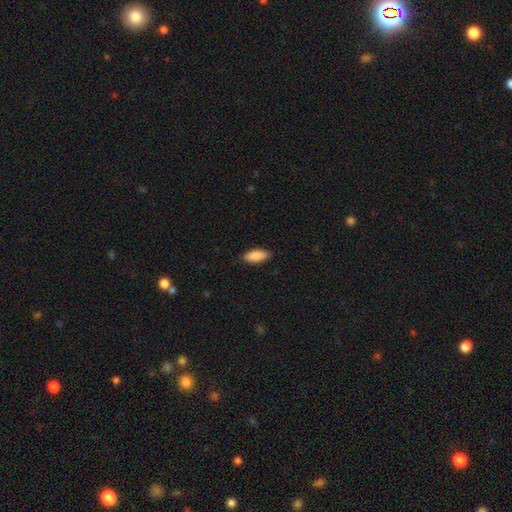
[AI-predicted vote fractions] Smooth or featured?
  - smooth: 89% *
  - star or artifact: 6%
  - featured or disk: 6%
How rounded?
  - in between: 83% *
  - cigar-shaped: 15%
  - round: 2%
Merging?
  - none: 87% *
  - minor disturbance: 10%
  - major disturbance: 2%
  - merger: 1%